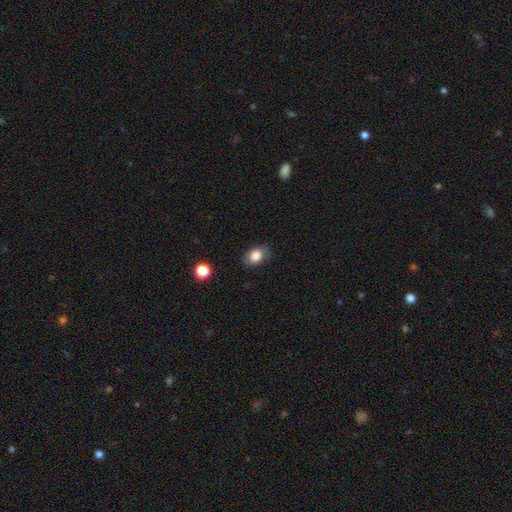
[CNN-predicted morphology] Smooth or featured? Predicted: smooth (p=0.83). How rounded? Predicted: in between (p=0.79). Merging? Predicted: none (p=0.81).